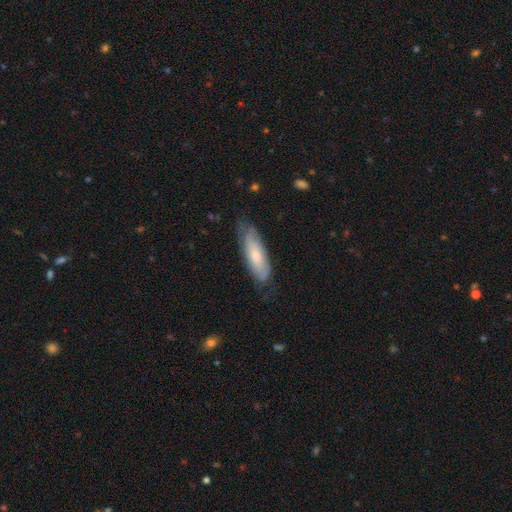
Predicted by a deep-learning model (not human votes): A smooth galaxy with no disk features (52%) that is in between round and cigar-shaped (57%).

Vote fractions:
- Smooth or featured? smooth: 52% / featured or disk: 42% / star or artifact: 6%
- How rounded? in between: 57% / cigar-shaped: 41% / round: 2%
- Merging? none: 65% / minor disturbance: 26% / major disturbance: 8% / merger: 1%